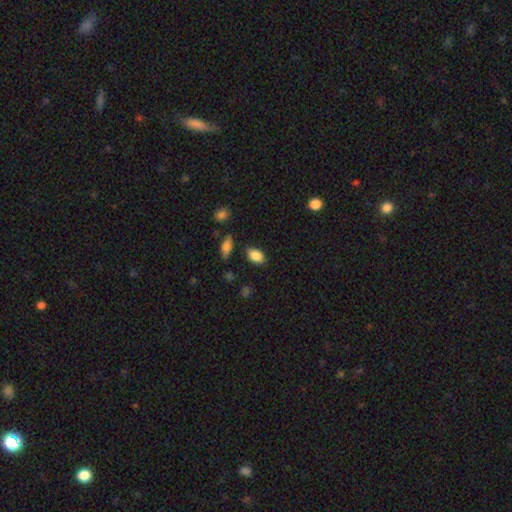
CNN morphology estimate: The model was most divided on "merging": none: 81%, minor disturbance: 13%, major disturbance: 3%, merger: 3%. More confident: how rounded — in between (88%); smooth or featured — smooth (86%).